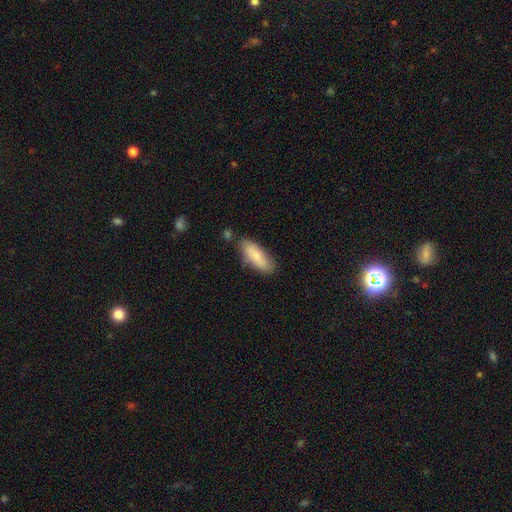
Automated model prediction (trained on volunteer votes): The model was most divided on "how rounded": in between: 66%, cigar-shaped: 32%, round: 2%. More confident: smooth or featured — smooth (82%); merging — none (76%).